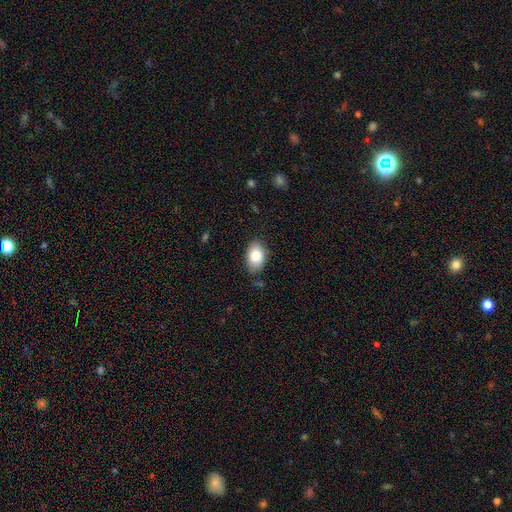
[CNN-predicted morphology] A smooth galaxy with no disk features (85%) that is in between round and cigar-shaped (88%).

Vote fractions:
- Smooth or featured? smooth: 85% / featured or disk: 8% / star or artifact: 7%
- How rounded? in between: 88% / round: 11% / cigar-shaped: 1%
- Merging? none: 78% / minor disturbance: 17% / major disturbance: 3% / merger: 2%